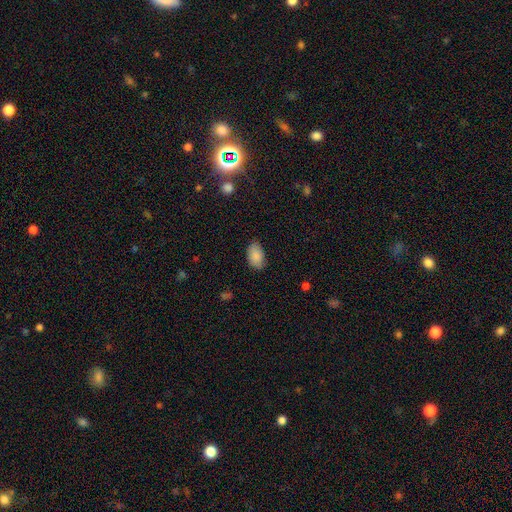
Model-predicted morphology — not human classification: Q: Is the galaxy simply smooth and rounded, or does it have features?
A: smooth — 88%.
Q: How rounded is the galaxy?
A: in between — 92%.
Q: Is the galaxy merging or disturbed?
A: none — 75%.